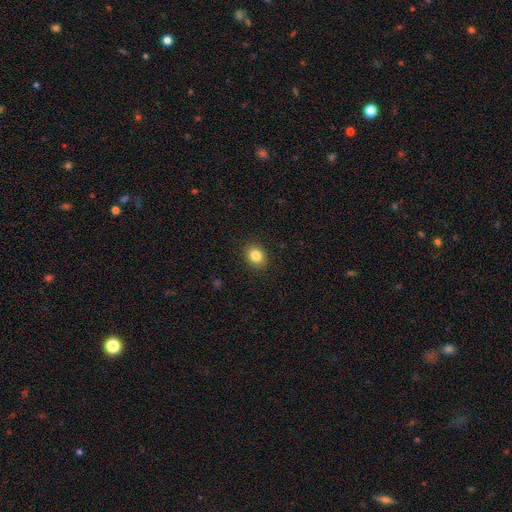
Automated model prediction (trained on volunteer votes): Q: Smooth or featured?
A: smooth (84%); runner-up: star or artifact (10%)
Q: How rounded?
A: round (52%); runner-up: in between (47%)
Q: Merging?
A: none (90%); runner-up: minor disturbance (7%)